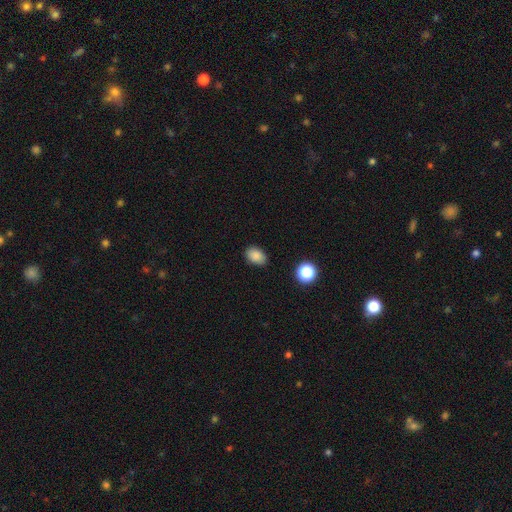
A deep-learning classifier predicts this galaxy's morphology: smooth-or-featured: smooth: 86% | star or artifact: 10% | featured or disk: 4%
  how-rounded: in between: 78% | round: 21% | cigar-shaped: 1%
  merging: none: 86% | minor disturbance: 10% | major disturbance: 2% | merger: 1%